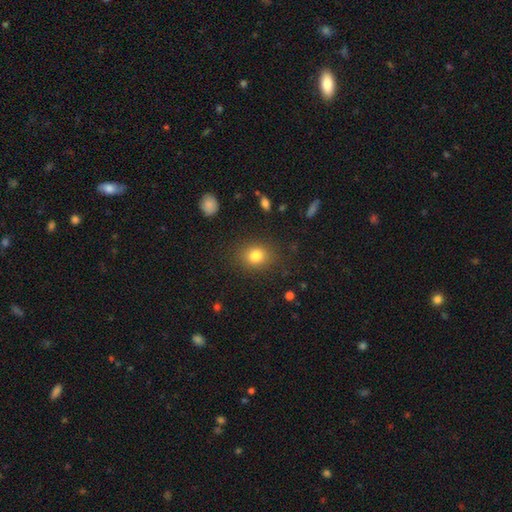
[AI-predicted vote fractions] A smooth galaxy with no disk features (81%) that is round (61%).

Vote fractions:
- Smooth or featured? smooth: 81% / star or artifact: 12% / featured or disk: 7%
- How rounded? round: 61% / in between: 38% / cigar-shaped: 1%
- Merging? none: 85% / minor disturbance: 10% / major disturbance: 4% / merger: 1%